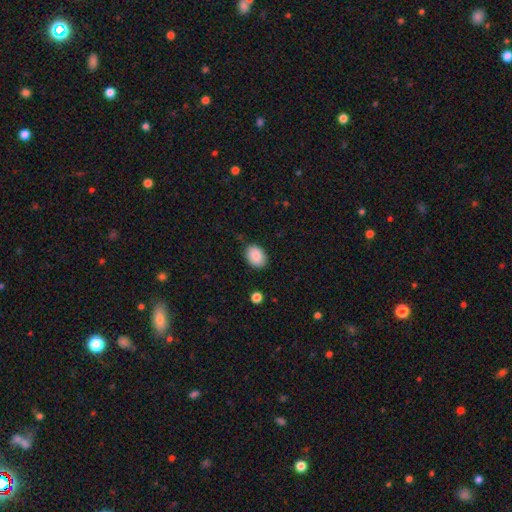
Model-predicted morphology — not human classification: smooth_or_featured: smooth (p=0.87) [alt: star or artifact p=0.07]
how_rounded: in between (p=0.74) [alt: round p=0.25]
merging: none (p=0.82) [alt: minor disturbance p=0.14]